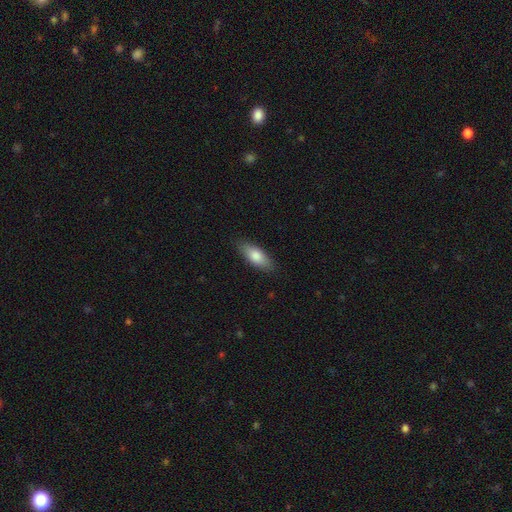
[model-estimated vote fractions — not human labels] This appears to be a smooth galaxy with no disk features (80%) that is in between round and cigar-shaped (77%). Merging: none (86%).